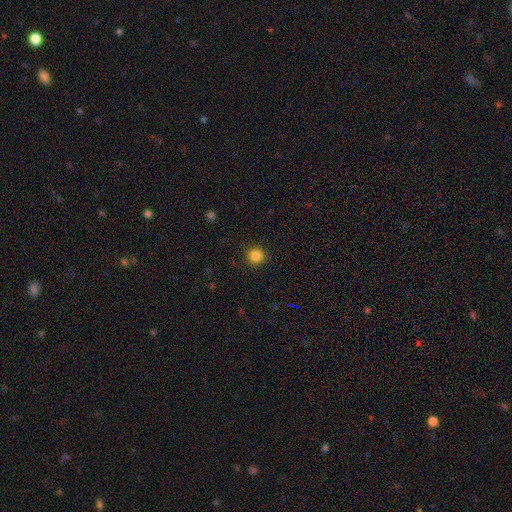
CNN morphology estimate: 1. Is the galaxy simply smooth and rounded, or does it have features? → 85% smooth, 12% star or artifact, 4% featured or disk.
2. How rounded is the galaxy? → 93% round, 6% in between, 1% cigar-shaped.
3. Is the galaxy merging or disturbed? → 89% none, 7% minor disturbance, 3% major disturbance, 1% merger.